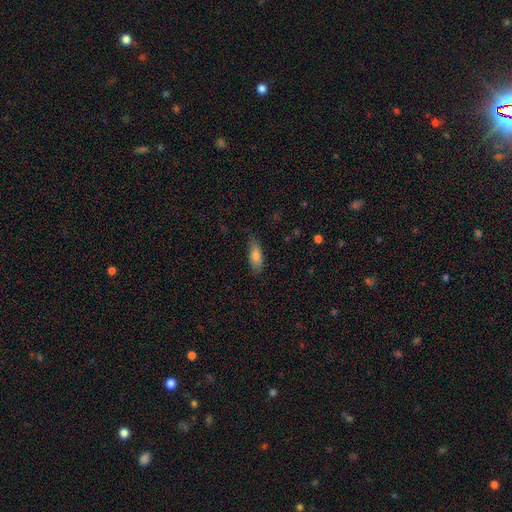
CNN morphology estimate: The model was most divided on "how rounded": in between: 71%, cigar-shaped: 27%, round: 2%. More confident: smooth or featured — smooth (78%); merging — none (76%).